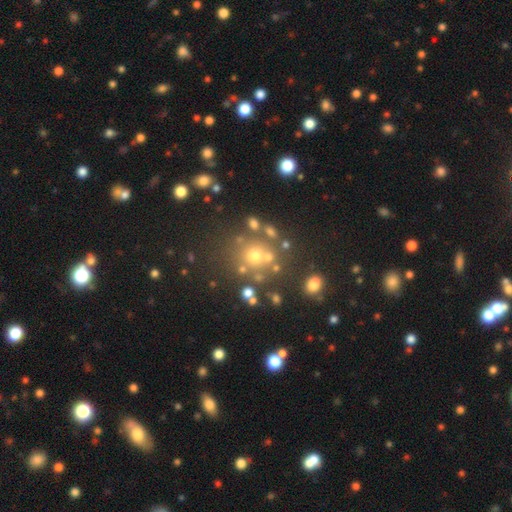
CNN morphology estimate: A smooth galaxy with no disk features (55%) that is round (84%). Merging: none (67%).